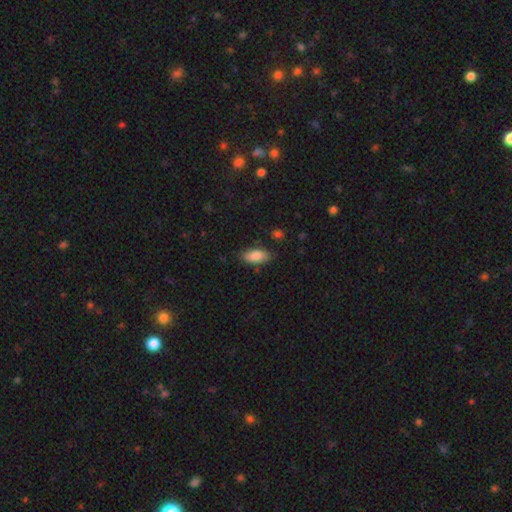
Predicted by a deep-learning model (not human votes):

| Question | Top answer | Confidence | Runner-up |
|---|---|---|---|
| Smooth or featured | smooth | 84% | featured or disk (9%) |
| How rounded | in between | 89% | cigar-shaped (8%) |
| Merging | none | 80% | minor disturbance (15%) |